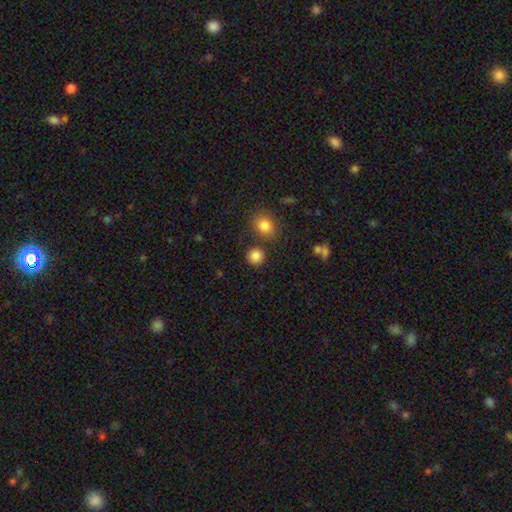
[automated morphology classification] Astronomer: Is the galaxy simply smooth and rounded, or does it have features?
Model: smooth — 84%.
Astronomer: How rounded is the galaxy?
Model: round — 90%.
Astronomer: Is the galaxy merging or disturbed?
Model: none — 82%.